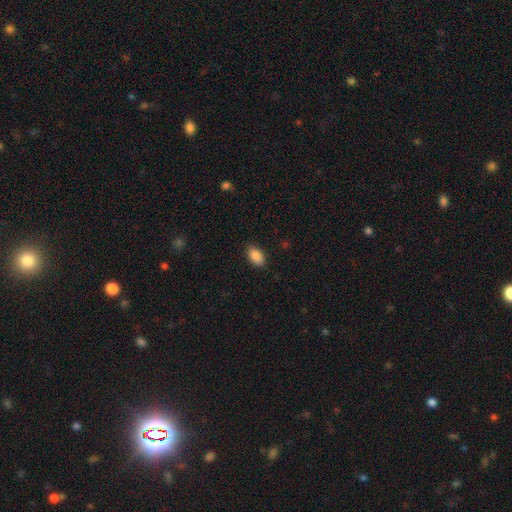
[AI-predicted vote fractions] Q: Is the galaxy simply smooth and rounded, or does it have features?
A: smooth — 89%.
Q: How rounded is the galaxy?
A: in between — 93%.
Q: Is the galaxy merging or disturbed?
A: none — 86%.